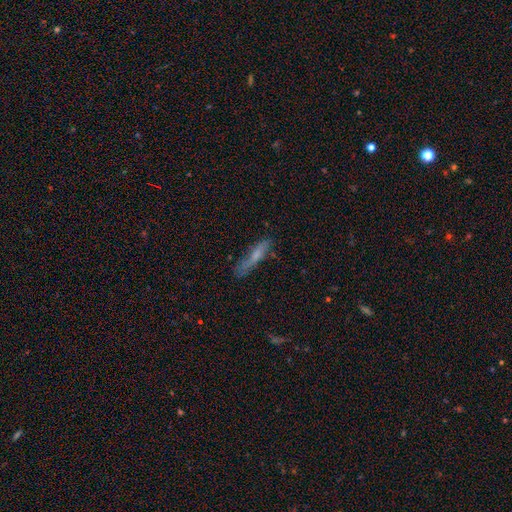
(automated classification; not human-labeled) Smooth or featured?
  - smooth: 51% *
  - featured or disk: 39%
  - star or artifact: 10%
How rounded?
  - cigar-shaped: 88% *
  - in between: 10%
  - round: 2%
Merging?
  - none: 69% *
  - minor disturbance: 22%
  - major disturbance: 6%
  - merger: 3%